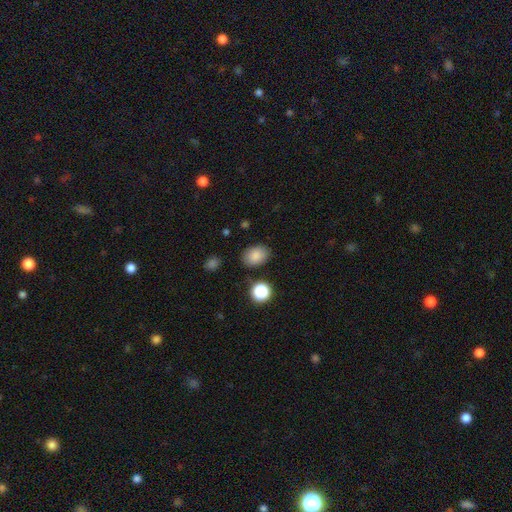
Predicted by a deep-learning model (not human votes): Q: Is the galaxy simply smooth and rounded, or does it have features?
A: smooth — 84%.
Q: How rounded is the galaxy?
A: in between — 73%.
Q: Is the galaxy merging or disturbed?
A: none — 83%.